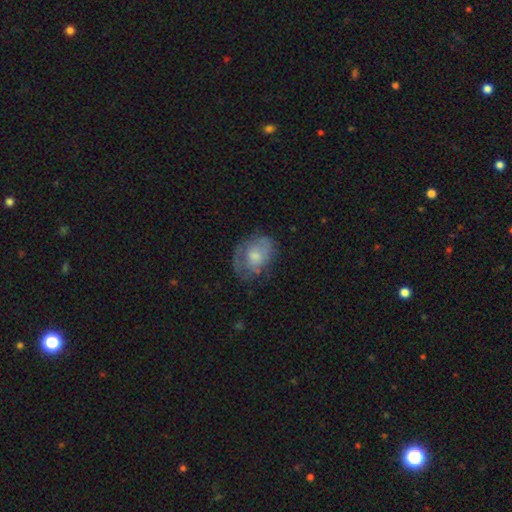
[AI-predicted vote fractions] Smooth or featured? featured or disk (49%)
Merging? none (54%)